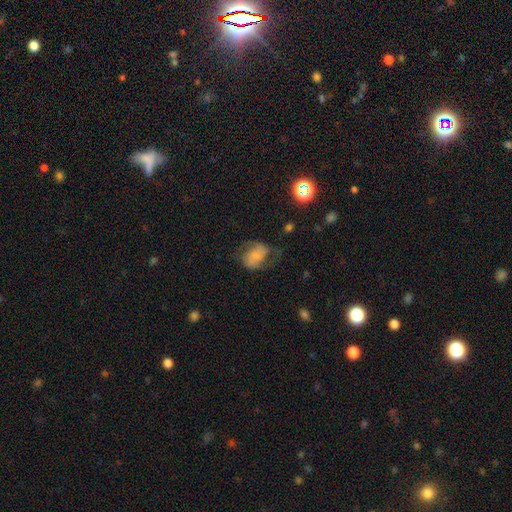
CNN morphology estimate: smooth-or-featured: featured or disk: 48% | smooth: 42% | star or artifact: 10%
  merging: none: 46% | major disturbance: 27% | minor disturbance: 24% | merger: 2%